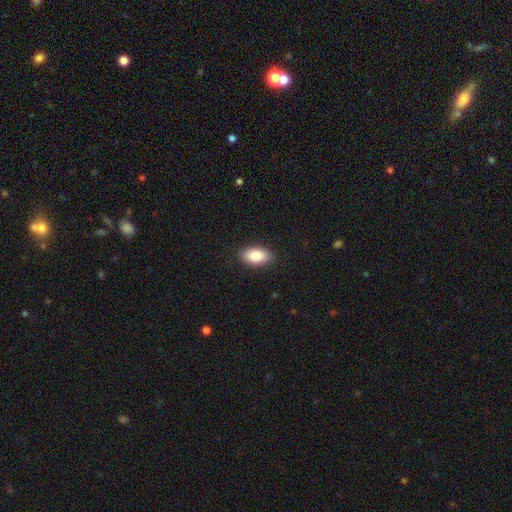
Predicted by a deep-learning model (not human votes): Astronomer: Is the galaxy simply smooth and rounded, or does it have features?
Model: smooth — 88%.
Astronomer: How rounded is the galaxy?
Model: in between — 93%.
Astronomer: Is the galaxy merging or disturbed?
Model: none — 88%.